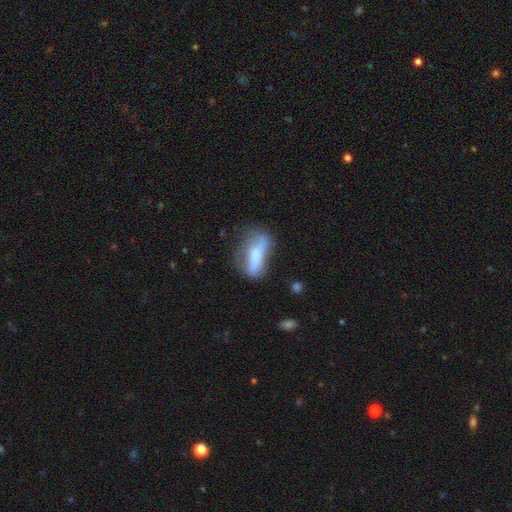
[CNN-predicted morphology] Smooth or featured? smooth (59%)
How rounded? in between (57%)
Merging? none (41%)